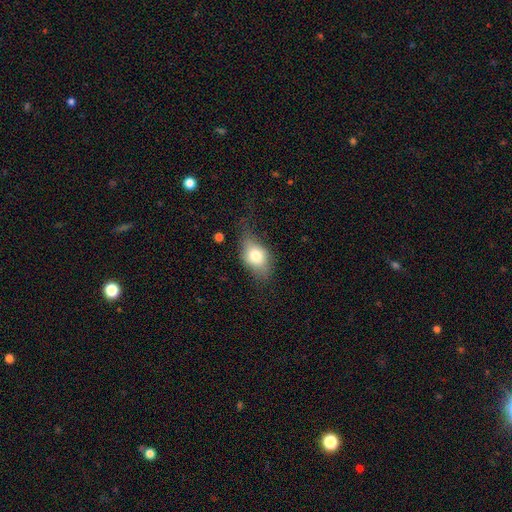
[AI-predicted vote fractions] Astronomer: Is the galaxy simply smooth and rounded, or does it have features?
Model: smooth — 74%.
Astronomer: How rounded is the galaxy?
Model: in between — 80%.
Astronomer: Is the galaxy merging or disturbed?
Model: none — 46% (runner-up: minor disturbance, 33%).